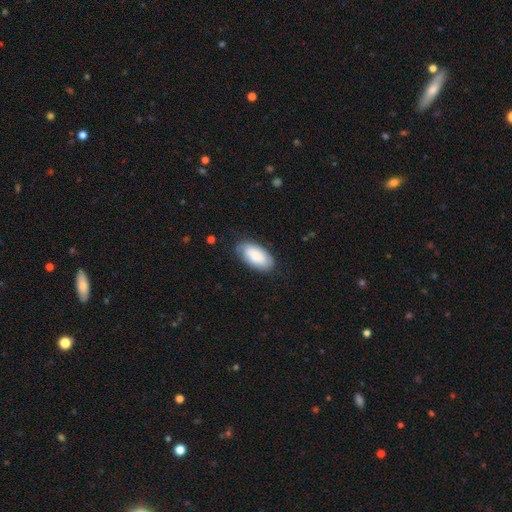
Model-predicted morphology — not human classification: Smooth or featured?
  - smooth: 82% *
  - featured or disk: 13%
  - star or artifact: 6%
How rounded?
  - in between: 95% *
  - cigar-shaped: 3%
  - round: 2%
Merging?
  - none: 75% *
  - minor disturbance: 20%
  - major disturbance: 4%
  - merger: 1%